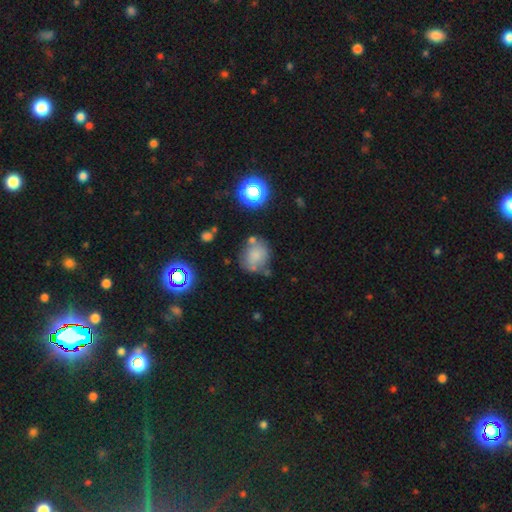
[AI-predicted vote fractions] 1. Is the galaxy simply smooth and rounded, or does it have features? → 68% smooth, 19% featured or disk, 14% star or artifact.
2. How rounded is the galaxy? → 71% round, 28% in between, 1% cigar-shaped.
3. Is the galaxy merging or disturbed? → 54% none, 22% minor disturbance, 14% merger, 9% major disturbance.